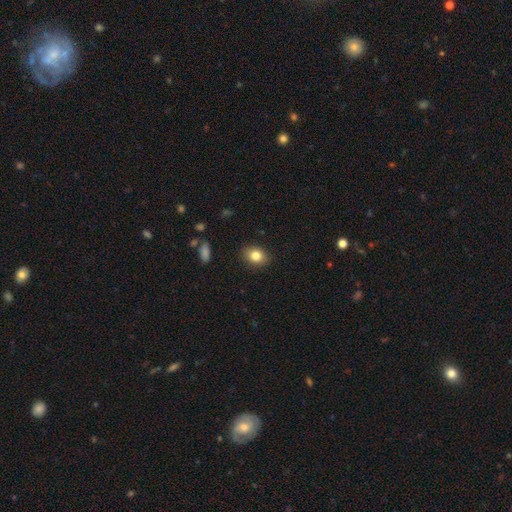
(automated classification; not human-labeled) Smooth or featured? Predicted: smooth (p=0.83). How rounded? Predicted: in between (p=0.59). Merging? Predicted: none (p=0.88).